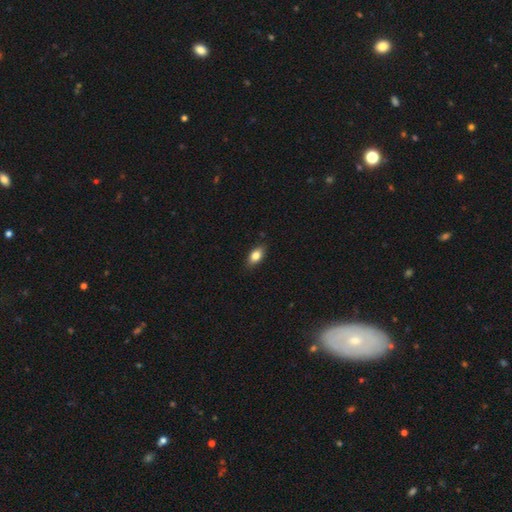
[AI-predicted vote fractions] Morphology: type=smooth (80%); roundness=in between (87%); merging=none (85%).